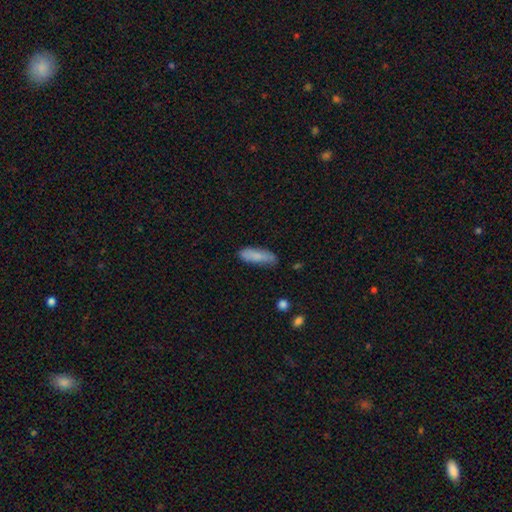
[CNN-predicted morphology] Smooth or featured? Predicted: smooth (p=0.83). How rounded? Predicted: cigar-shaped (p=0.53). Merging? Predicted: none (p=0.74).